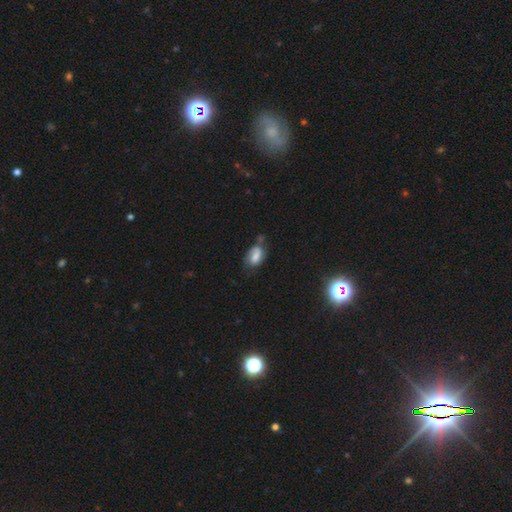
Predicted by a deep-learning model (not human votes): Morphology: type=smooth (68%); roundness=in between (88%); merging=none (45%).